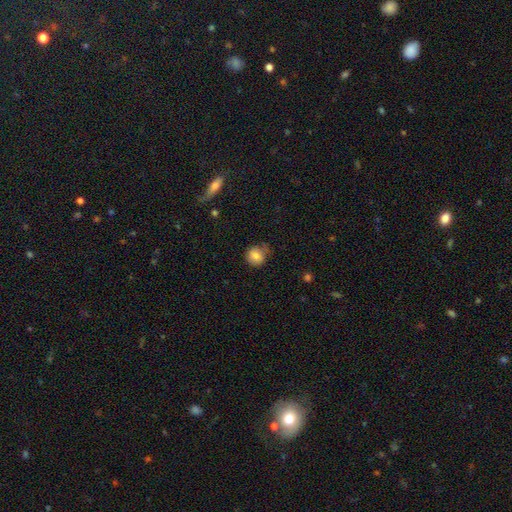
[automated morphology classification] Smooth or featured? Predicted: smooth (p=0.80). How rounded? Predicted: round (p=0.82). Merging? Predicted: none (p=0.61).